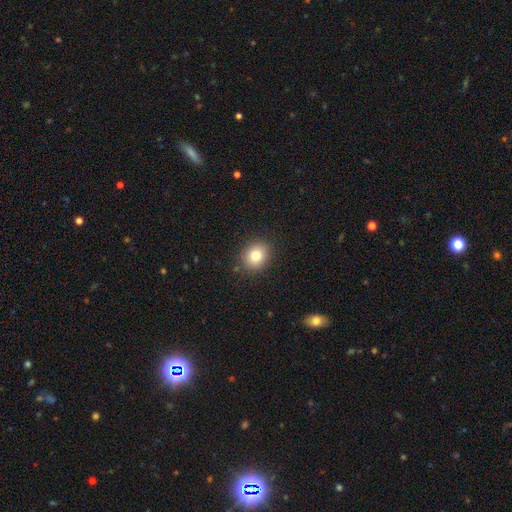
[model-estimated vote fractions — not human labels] Smooth or featured?
  - smooth: 79% *
  - star or artifact: 11%
  - featured or disk: 9%
How rounded?
  - round: 69% *
  - in between: 30%
  - cigar-shaped: 1%
Merging?
  - none: 89% *
  - minor disturbance: 8%
  - major disturbance: 2%
  - merger: 1%